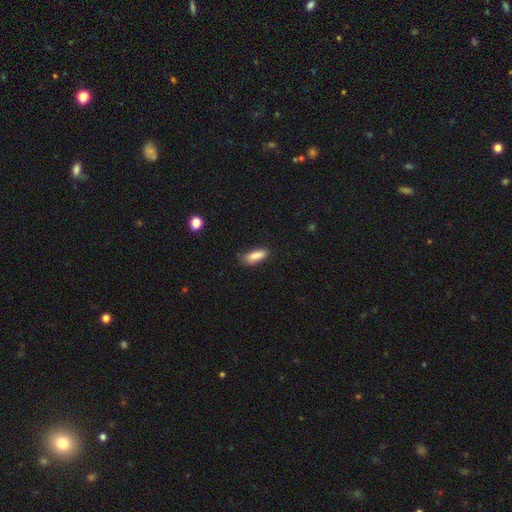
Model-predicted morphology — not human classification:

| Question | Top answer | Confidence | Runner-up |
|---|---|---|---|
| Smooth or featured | smooth | 86% | star or artifact (8%) |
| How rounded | in between | 65% | cigar-shaped (33%) |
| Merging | none | 70% | minor disturbance (23%) |